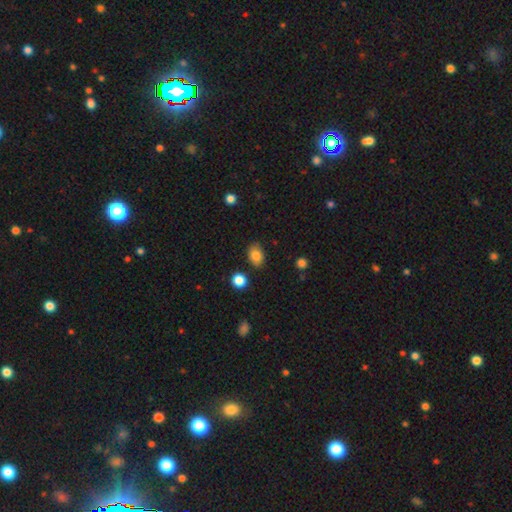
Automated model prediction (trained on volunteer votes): Morphology: type=smooth (83%); roundness=in between (79%); merging=none (83%).